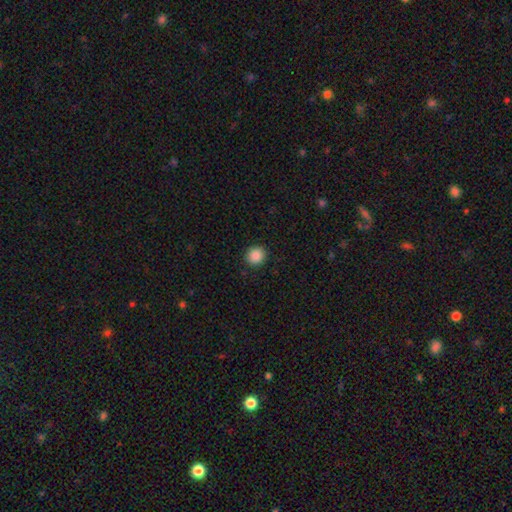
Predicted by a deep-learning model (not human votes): Smooth or featured? smooth (87%)
How rounded? round (90%)
Merging? none (92%)